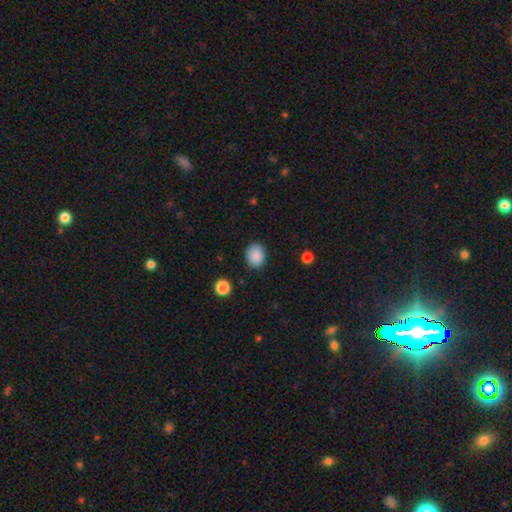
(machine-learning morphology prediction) smooth_or_featured: smooth (p=0.88) [alt: star or artifact p=0.09]
how_rounded: round (p=0.50) [alt: in between p=0.49]
merging: none (p=0.84) [alt: minor disturbance p=0.12]